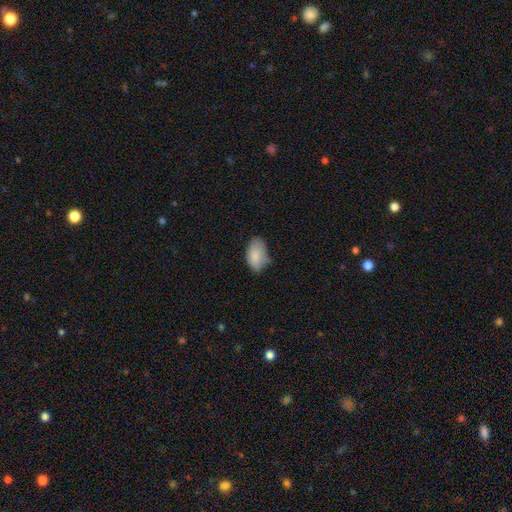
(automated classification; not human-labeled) Overall: smooth (86%). How rounded: in between (93%). Merging: none (59%; minor disturbance 32%).